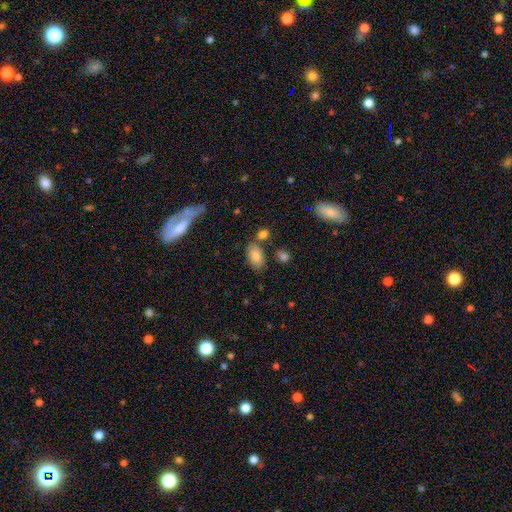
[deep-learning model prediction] Smooth or featured?
  - smooth: 84% *
  - star or artifact: 8%
  - featured or disk: 8%
How rounded?
  - in between: 92% *
  - round: 6%
  - cigar-shaped: 2%
Merging?
  - none: 69% *
  - minor disturbance: 14%
  - merger: 12%
  - major disturbance: 4%